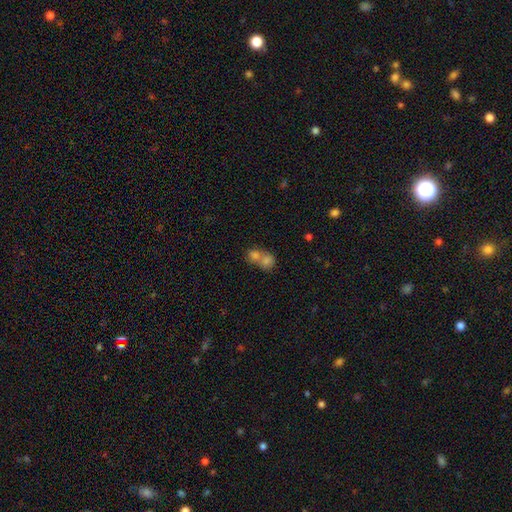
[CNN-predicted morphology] Smooth or featured? smooth (75%)
How rounded? round (61%)
Merging? merger (70%)